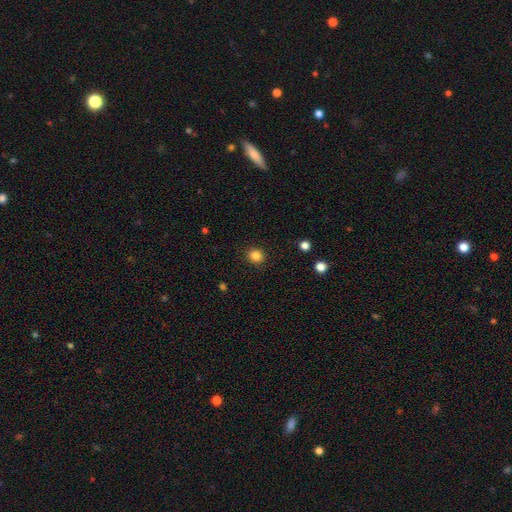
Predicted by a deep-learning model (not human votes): smooth 85%, star or artifact 11%, featured or disk 3%. Down the decision tree: how rounded — round (76%); merging — none (90%).